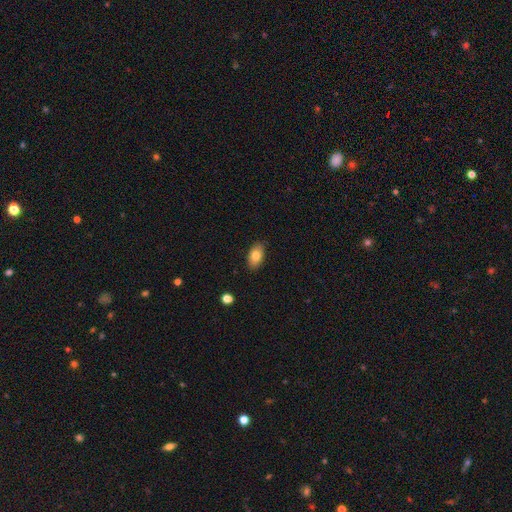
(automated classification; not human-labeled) Smooth or featured? Predicted: smooth (p=0.80). How rounded? Predicted: in between (p=0.91). Merging? Predicted: none (p=0.86).